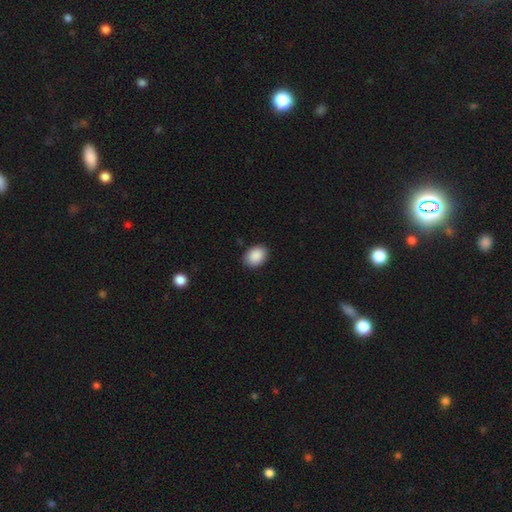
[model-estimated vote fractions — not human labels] Smooth or featured? smooth (90%)
How rounded? in between (71%)
Merging? none (87%)